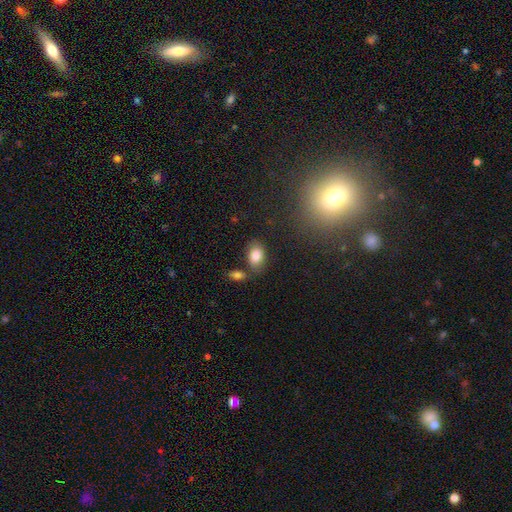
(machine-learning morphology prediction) The model was most divided on "merging": none: 71%, minor disturbance: 14%, merger: 11%, major disturbance: 4%. More confident: how rounded — in between (87%); smooth or featured — smooth (83%).